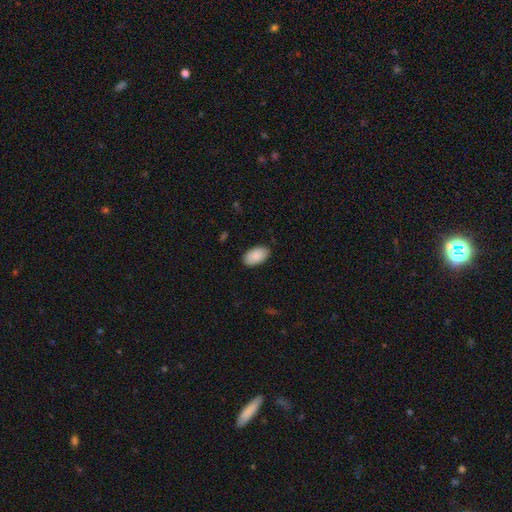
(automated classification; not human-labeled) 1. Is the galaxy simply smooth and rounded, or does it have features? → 89% smooth, 6% star or artifact, 5% featured or disk.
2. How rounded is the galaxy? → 96% in between, 3% round, 1% cigar-shaped.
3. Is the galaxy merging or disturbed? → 86% none, 11% minor disturbance, 2% major disturbance, 1% merger.